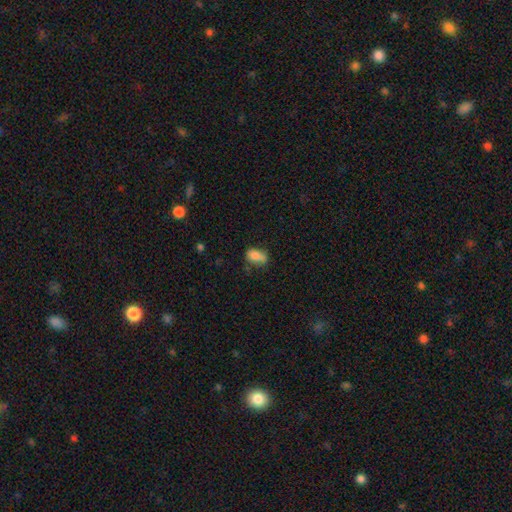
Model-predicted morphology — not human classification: type=smooth (84%); roundness=in between (88%); merging=none (52%).